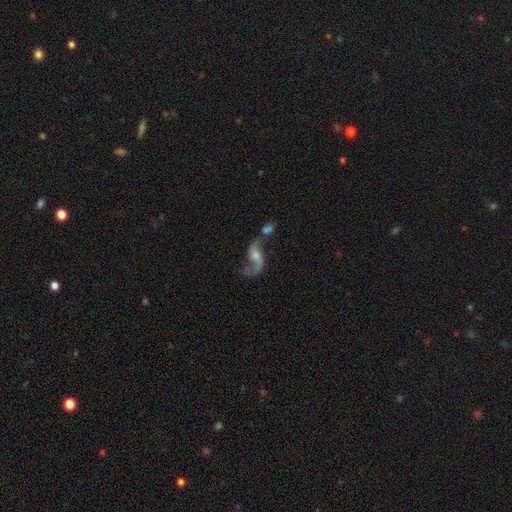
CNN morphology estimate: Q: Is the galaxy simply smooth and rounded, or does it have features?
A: featured or disk — 79%.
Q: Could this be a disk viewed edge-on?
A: no — 95%.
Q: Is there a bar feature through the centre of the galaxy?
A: no — 59%.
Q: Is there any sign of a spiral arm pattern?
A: yes — 89%.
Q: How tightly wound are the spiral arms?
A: loose — 81%.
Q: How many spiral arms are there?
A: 2 — 75%.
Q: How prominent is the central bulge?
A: small — 42%.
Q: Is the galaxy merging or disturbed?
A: merger — 38%.